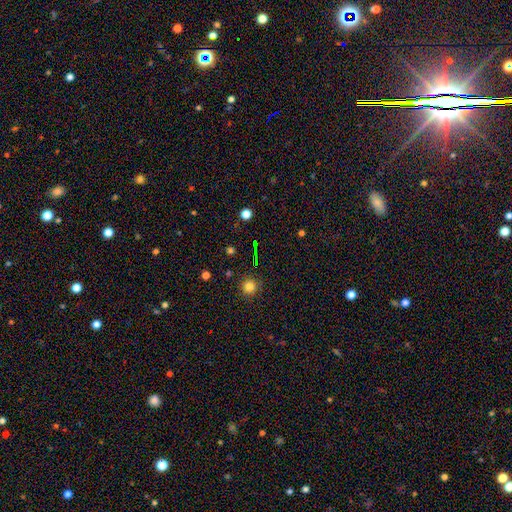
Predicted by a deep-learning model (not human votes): Smooth or featured? Predicted: star or artifact (p=0.49).